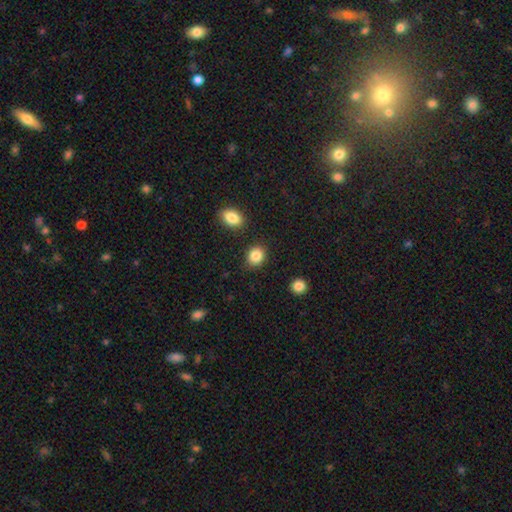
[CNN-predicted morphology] Smooth or featured: smooth — 87% (star or artifact — 9%)
How rounded: round — 64% (in between — 35%)
Merging: none — 85% (minor disturbance — 9%)